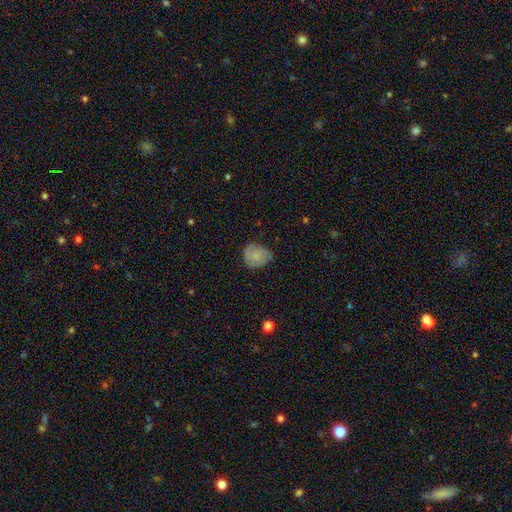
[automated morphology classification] Smooth or featured? smooth (72%)
How rounded? round (70%)
Merging? none (61%)